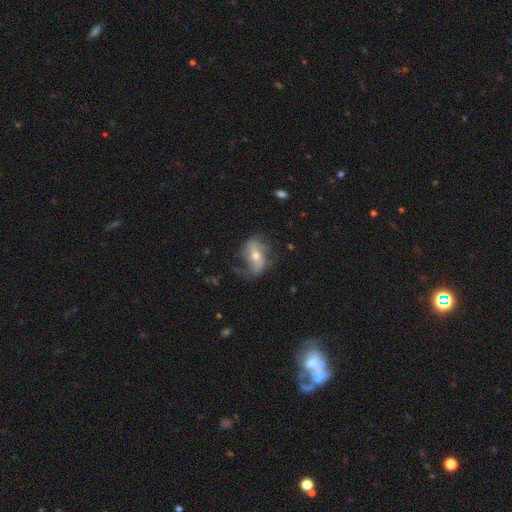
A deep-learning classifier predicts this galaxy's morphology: Q: Smooth or featured?
A: featured or disk (72%); runner-up: smooth (21%)
Q: Edge-on disk?
A: no (93%); runner-up: yes (7%)
Q: Bar?
A: strong (37%); runner-up: weak (32%)
Q: Spiral arms?
A: yes (84%); runner-up: no (16%)
Q: Spiral winding?
A: loose (60%); runner-up: medium (28%)
Q: Spiral arm count?
A: 2 (80%); runner-up: can't tell (9%)
Q: Bulge size?
A: moderate (62%); runner-up: small (33%)
Q: Merging?
A: none (59%); runner-up: minor disturbance (24%)